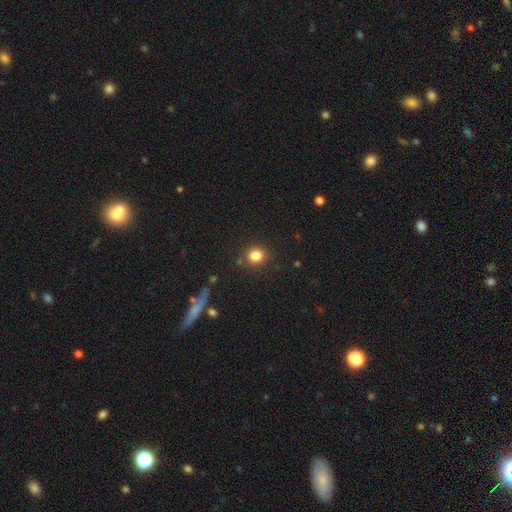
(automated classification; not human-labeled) This appears to be a smooth galaxy with no disk features (83%) that is round (83%). Merging: none (86%).